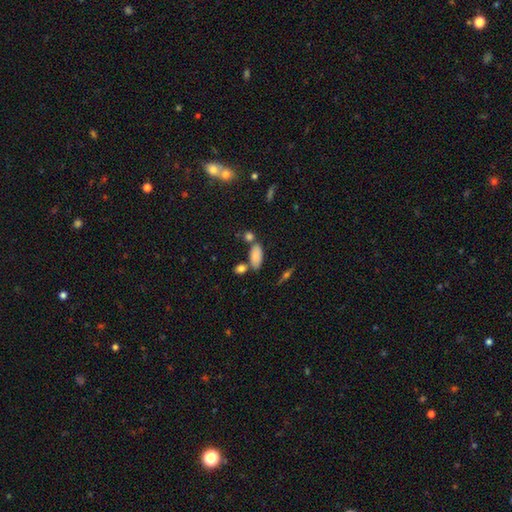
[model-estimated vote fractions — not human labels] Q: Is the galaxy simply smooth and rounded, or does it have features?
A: smooth — 81%.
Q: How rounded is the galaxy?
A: in between — 83%.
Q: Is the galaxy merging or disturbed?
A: none — 63%.